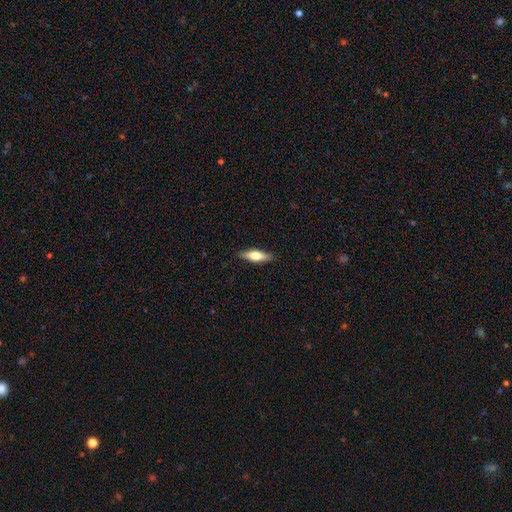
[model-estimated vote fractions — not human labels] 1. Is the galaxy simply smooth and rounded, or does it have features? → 64% smooth, 30% featured or disk, 6% star or artifact.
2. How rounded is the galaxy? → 56% cigar-shaped, 42% in between, 2% round.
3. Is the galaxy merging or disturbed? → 89% none, 9% minor disturbance, 2% major disturbance, 1% merger.